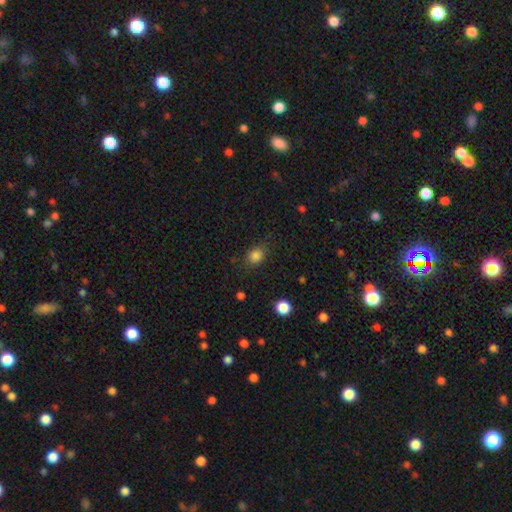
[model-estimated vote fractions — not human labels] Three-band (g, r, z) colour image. It shows a smooth galaxy with no disk features (84%) that is round (51%). Merging: none (75%).